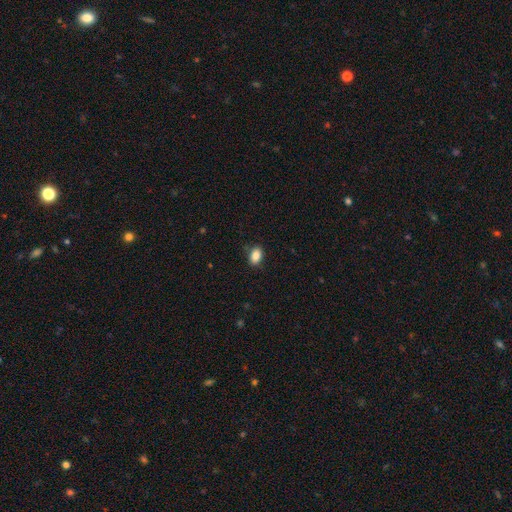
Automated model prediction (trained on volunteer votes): The model was most divided on "how rounded": in between: 83%, round: 15%, cigar-shaped: 1%. More confident: smooth or featured — smooth (87%); merging — none (84%).